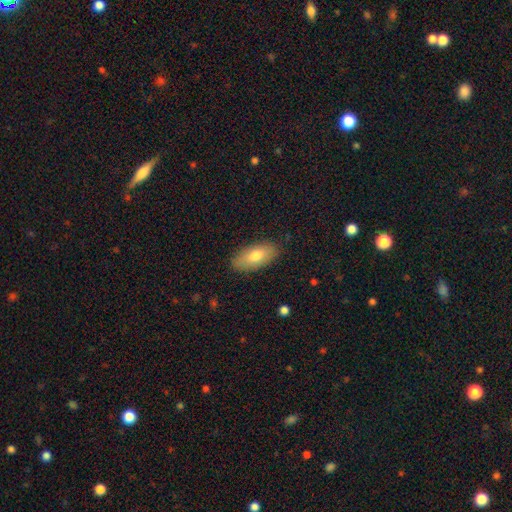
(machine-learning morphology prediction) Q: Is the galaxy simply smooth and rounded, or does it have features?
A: smooth — 74%.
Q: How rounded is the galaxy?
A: in between — 87%.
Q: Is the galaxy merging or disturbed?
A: none — 86%.